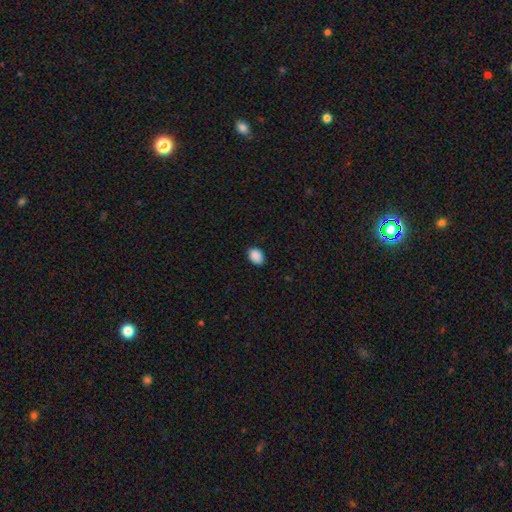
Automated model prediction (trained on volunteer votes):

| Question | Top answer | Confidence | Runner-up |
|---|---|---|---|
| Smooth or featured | smooth | 90% | star or artifact (8%) |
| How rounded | in between | 73% | round (26%) |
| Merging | none | 88% | minor disturbance (9%) |